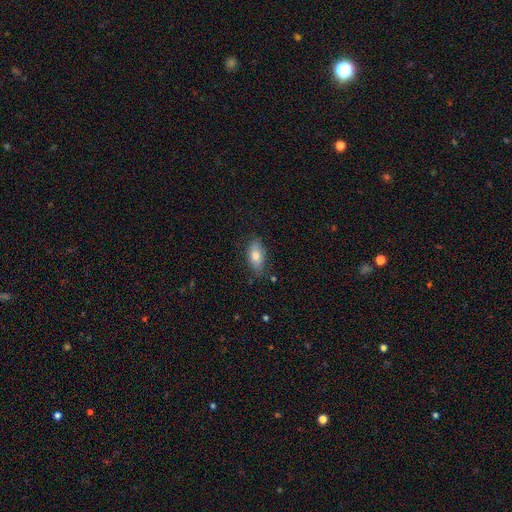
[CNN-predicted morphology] Q: Smooth or featured?
A: smooth (74%); runner-up: featured or disk (18%)
Q: How rounded?
A: in between (86%); runner-up: cigar-shaped (10%)
Q: Merging?
A: none (77%); runner-up: minor disturbance (18%)